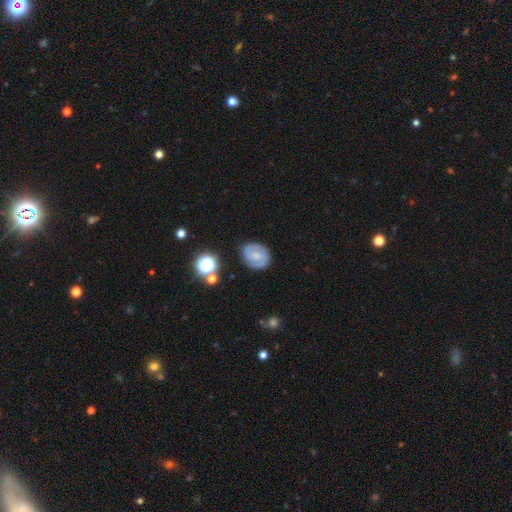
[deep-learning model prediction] This appears to be a featured or disk galaxy (63%) with no bar (54%), 2 (74%) tight (44%) spiral arms (90%) and a small central bulge (55%). Merging: none (78%).